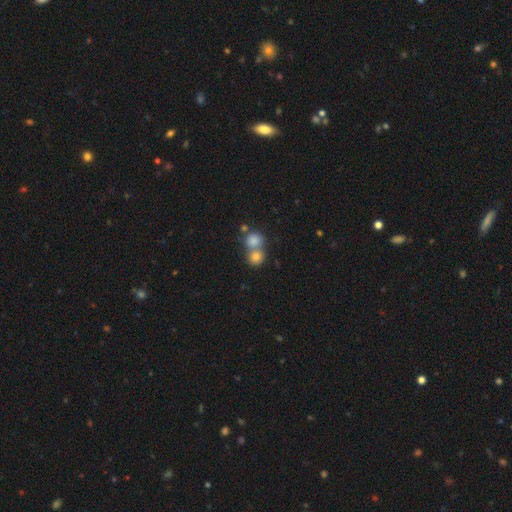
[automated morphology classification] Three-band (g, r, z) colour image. It shows a smooth galaxy with no disk features (63%) that is round (76%). Merging: merger (55%).